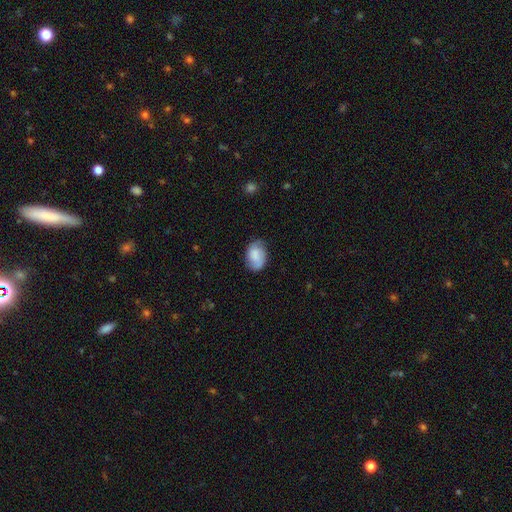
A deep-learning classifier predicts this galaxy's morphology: Smooth or featured? smooth (68%)
How rounded? in between (81%)
Merging? none (69%)